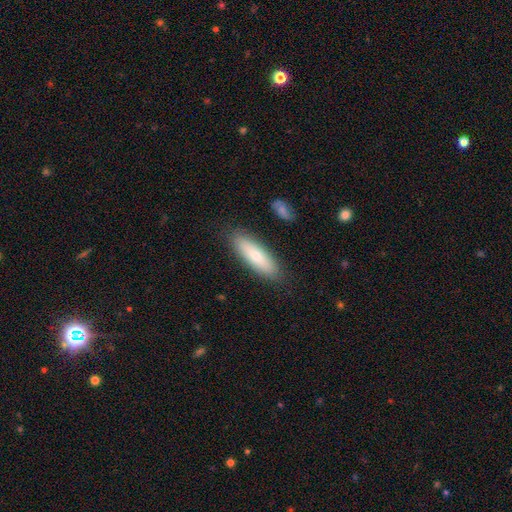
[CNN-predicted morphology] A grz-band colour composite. It shows a smooth galaxy with no disk features (68%) that is cigar-shaped (54%). Merging: none (86%).